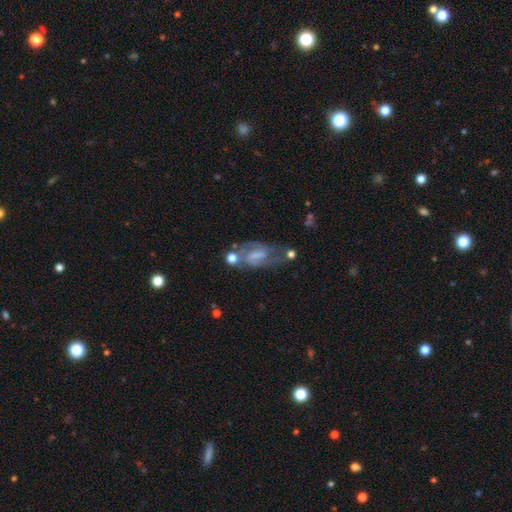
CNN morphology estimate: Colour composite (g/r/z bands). It shows a featured or disk galaxy (75%) with a weak bar (49%), 2 (79%) medium (50%) spiral arms (90%) and no central bulge (39%). Merging: none (54%).